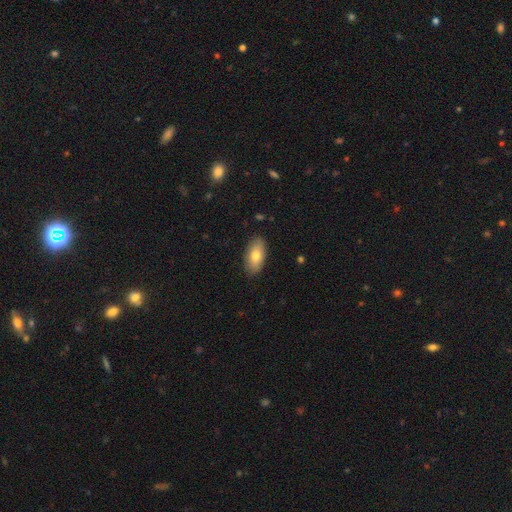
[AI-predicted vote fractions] smooth 76%, featured or disk 18%, star or artifact 6%. Down the decision tree: how rounded — in between (92%); merging — none (87%).